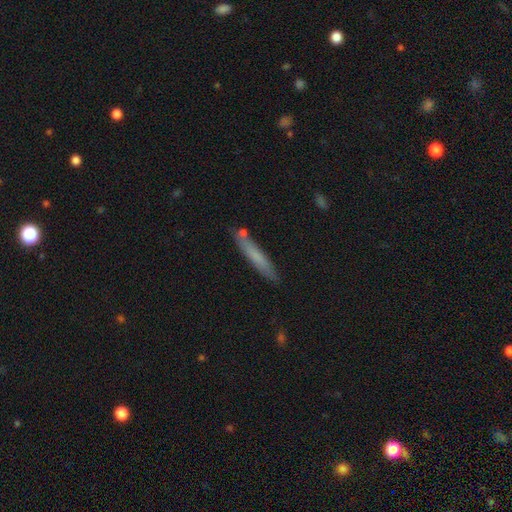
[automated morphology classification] Smooth or featured: smooth — 67% (featured or disk — 26%)
How rounded: cigar-shaped — 93% (in between — 6%)
Merging: none — 81% (minor disturbance — 12%)